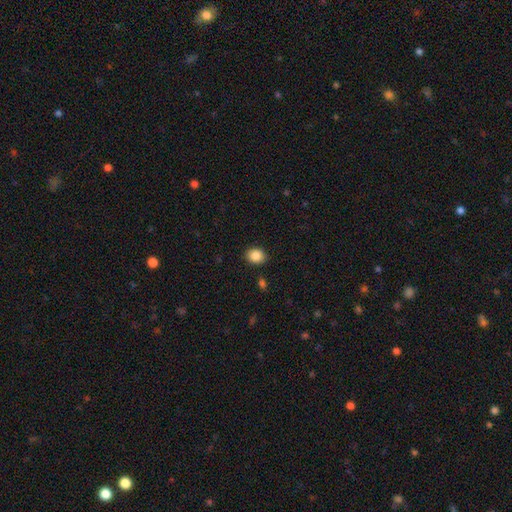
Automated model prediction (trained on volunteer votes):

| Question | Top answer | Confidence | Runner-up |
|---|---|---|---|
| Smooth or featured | smooth | 87% | star or artifact (9%) |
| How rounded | round | 57% | in between (43%) |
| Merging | none | 88% | minor disturbance (8%) |